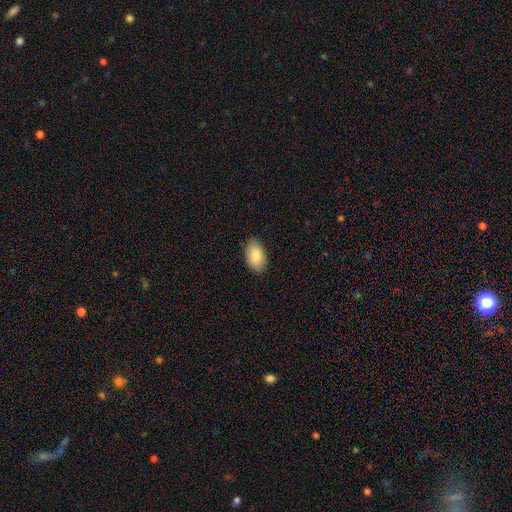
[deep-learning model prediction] This appears to be a smooth galaxy with no disk features (84%) that is in between round and cigar-shaped (94%). Merging: none (88%).